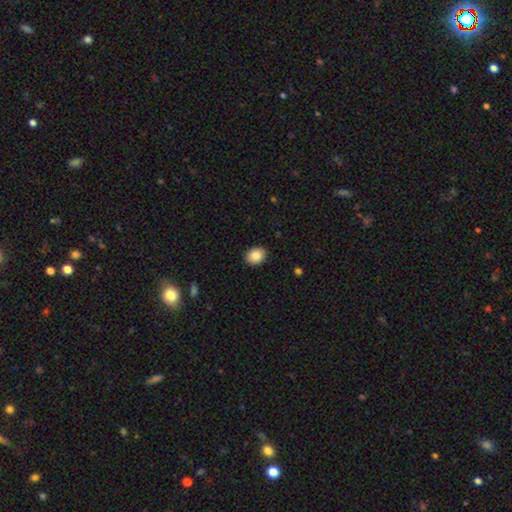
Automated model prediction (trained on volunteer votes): Morphology: type=smooth (87%); roundness=in between (57%); merging=none (90%).